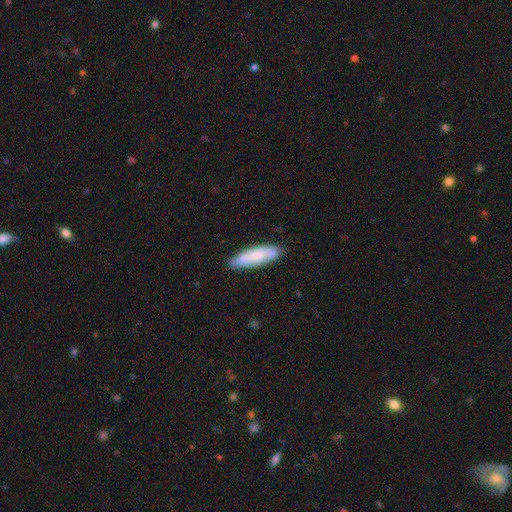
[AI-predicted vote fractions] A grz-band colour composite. It shows a smooth galaxy with no disk features (70%) that is cigar-shaped (55%). Merging: none (78%).